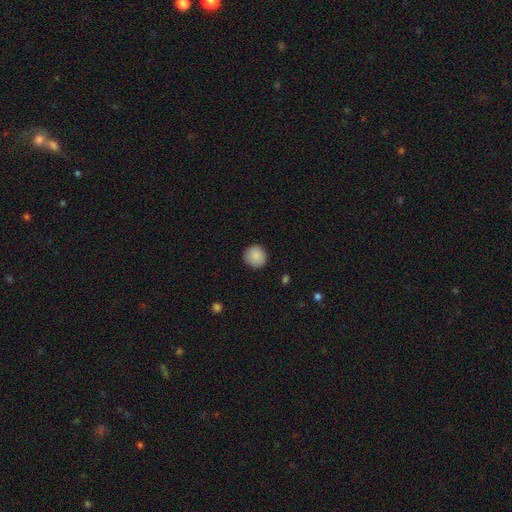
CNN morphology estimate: Q: Smooth or featured?
A: smooth (89%); runner-up: star or artifact (8%)
Q: How rounded?
A: round (92%); runner-up: in between (7%)
Q: Merging?
A: none (90%); runner-up: minor disturbance (8%)